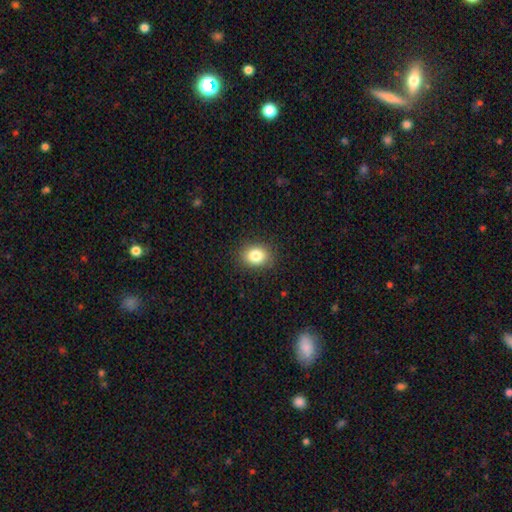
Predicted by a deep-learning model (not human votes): The model was most divided on "how rounded": in between: 53%, round: 46%, cigar-shaped: 1%. More confident: merging — none (88%); smooth or featured — smooth (83%).